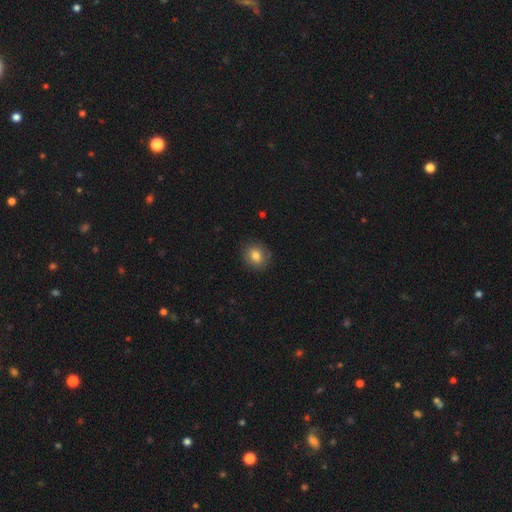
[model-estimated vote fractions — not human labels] Smooth or featured? smooth (80%)
How rounded? round (73%)
Merging? none (88%)